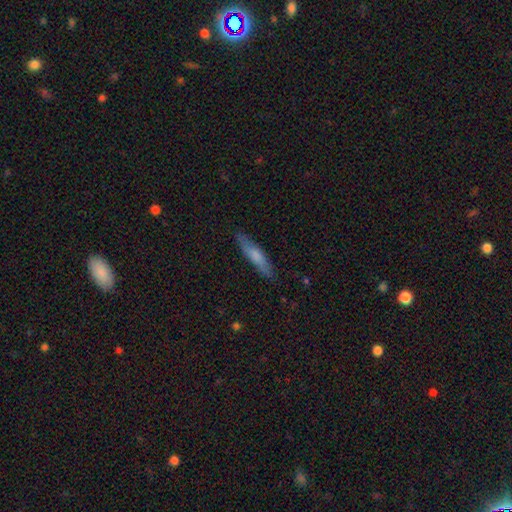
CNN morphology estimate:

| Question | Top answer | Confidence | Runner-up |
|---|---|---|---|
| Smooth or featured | smooth | 65% | featured or disk (30%) |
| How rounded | cigar-shaped | 86% | in between (13%) |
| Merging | none | 84% | minor disturbance (12%) |